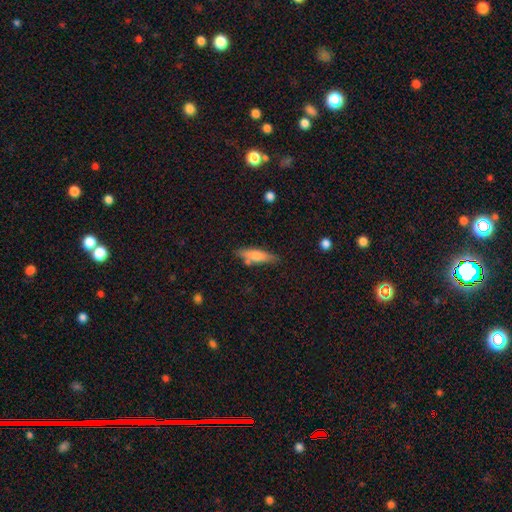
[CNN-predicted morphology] type=smooth (71%); roundness=cigar-shaped (67%); merging=none (75%).